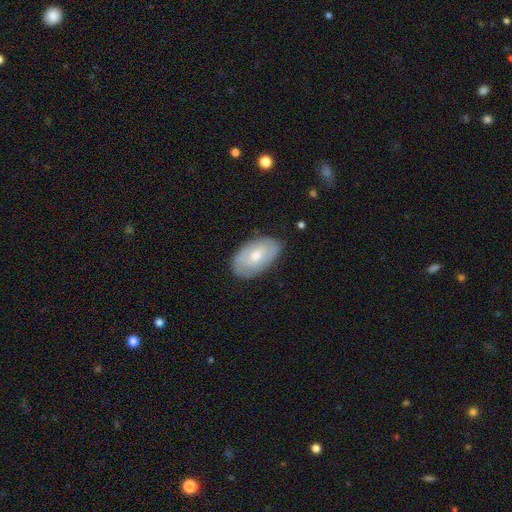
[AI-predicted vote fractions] The model was most divided on "smooth or featured": smooth: 53%, featured or disk: 41%, star or artifact: 6%. More confident: how rounded — in between (94%); merging — none (80%).